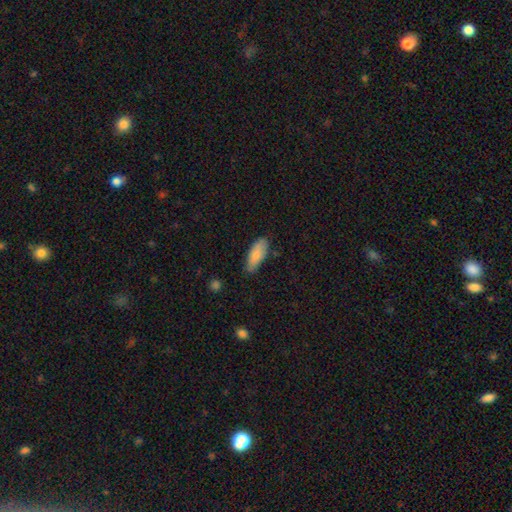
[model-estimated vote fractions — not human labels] The model was most divided on "merging": none: 73%, minor disturbance: 22%, major disturbance: 3%, merger: 2%. More confident: smooth or featured — smooth (83%); how rounded — in between (80%).